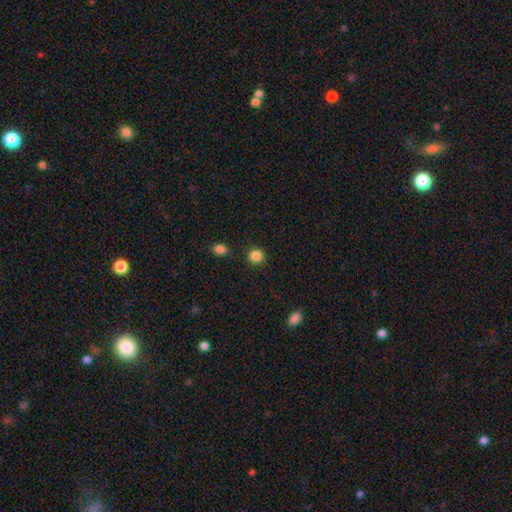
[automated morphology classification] This appears to be a smooth galaxy with no disk features (86%) that is round (90%). Merging: none (88%).